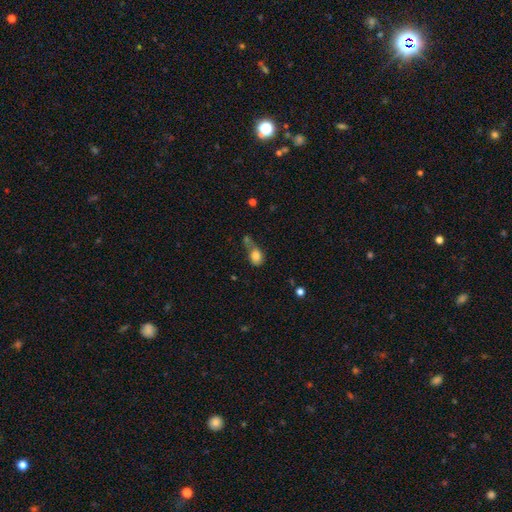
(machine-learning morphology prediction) Smooth or featured? Predicted: smooth (p=0.79). How rounded? Predicted: in between (p=0.55). Merging? Predicted: merger (p=0.37).